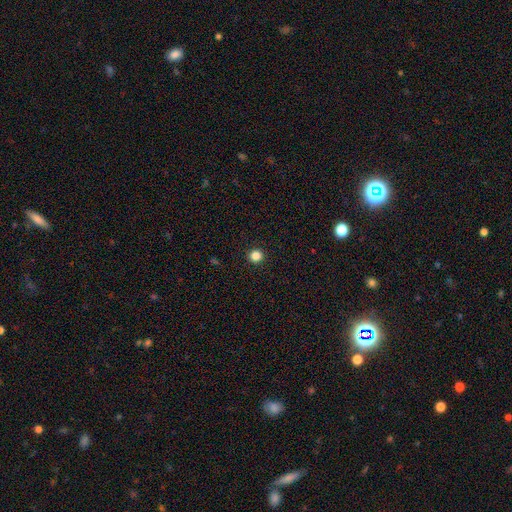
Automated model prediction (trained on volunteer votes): Overall: smooth (85%). How rounded: round (95%). Merging: none (94%).